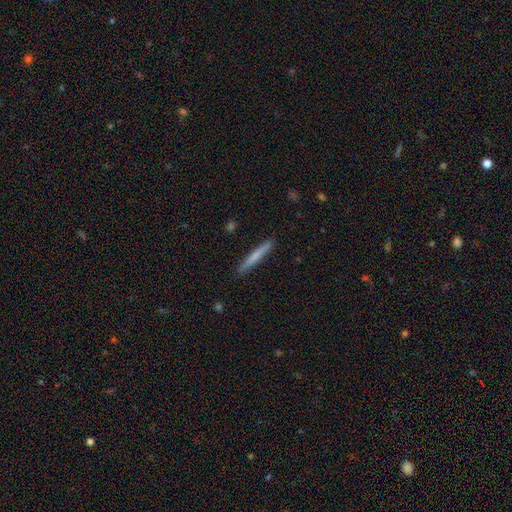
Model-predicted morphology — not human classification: This appears to be a smooth galaxy with no disk features (64%) that is cigar-shaped (97%). Merging: none (91%).